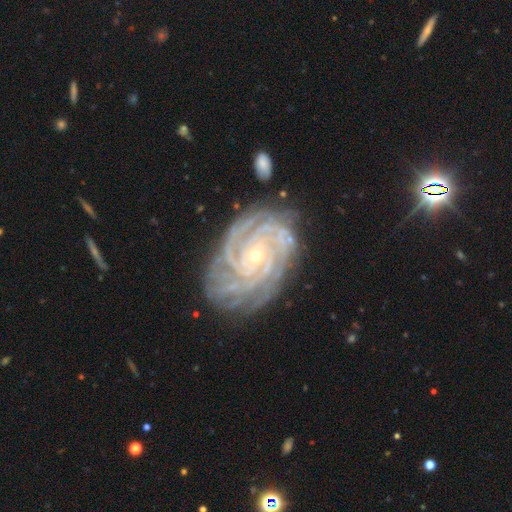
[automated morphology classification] featured or disk 92%, star or artifact 5%, smooth 3%. Down the decision tree: edge-on disk — no (97%); bar — no (72%); spiral arms — yes (99%); spiral arm count — 4 (28%); spiral winding — tight (83%); bulge size — small (77%); merging — none (77%).